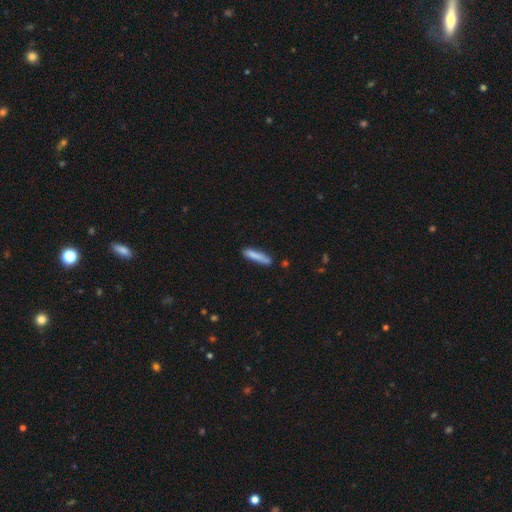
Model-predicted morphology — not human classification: smooth 82%, featured or disk 11%, star or artifact 7%. Down the decision tree: how rounded — cigar-shaped (90%); merging — none (74%).